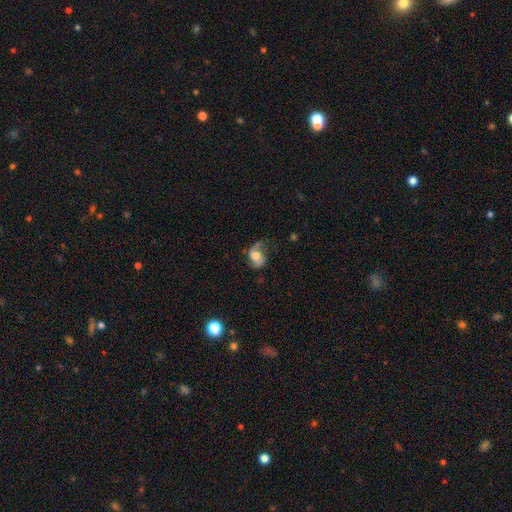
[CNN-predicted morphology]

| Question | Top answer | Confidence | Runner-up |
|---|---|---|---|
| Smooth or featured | featured or disk | 46% | smooth (45%) |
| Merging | none | 42% | minor disturbance (31%) |